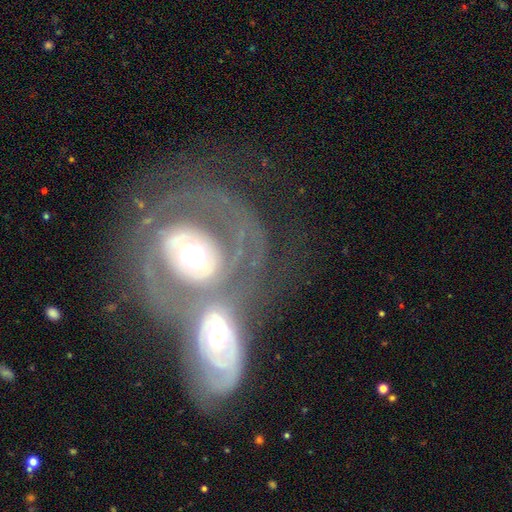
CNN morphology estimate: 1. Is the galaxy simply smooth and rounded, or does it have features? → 76% featured or disk, 17% smooth, 7% star or artifact.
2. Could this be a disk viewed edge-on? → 95% no, 5% yes.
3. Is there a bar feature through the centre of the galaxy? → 67% no, 21% weak, 12% strong.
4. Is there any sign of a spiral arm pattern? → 65% yes, 35% no.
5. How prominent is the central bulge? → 64% moderate, 20% large, 11% small, 3% dominant, 2% none.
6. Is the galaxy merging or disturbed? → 56% merger, 24% none, 11% major disturbance, 9% minor disturbance.